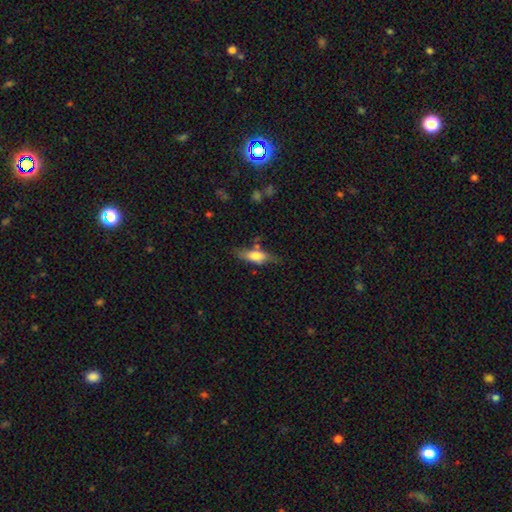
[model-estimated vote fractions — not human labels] Smooth or featured? Predicted: smooth (p=0.65). How rounded? Predicted: in between (p=0.53). Merging? Predicted: none (p=0.64).